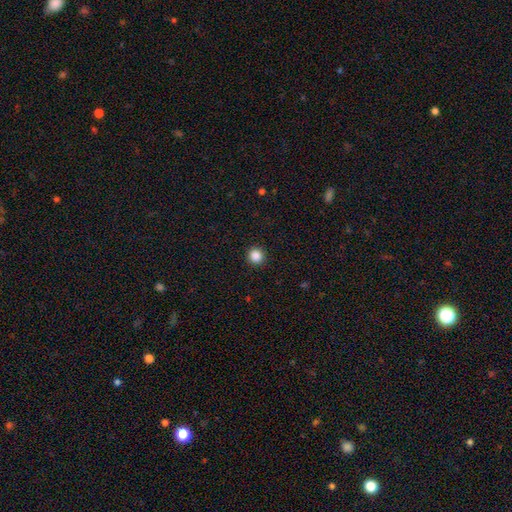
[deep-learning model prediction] This is clearly a smooth galaxy (87%). How rounded: clearly round (93%). Merging: clearly none (93%).